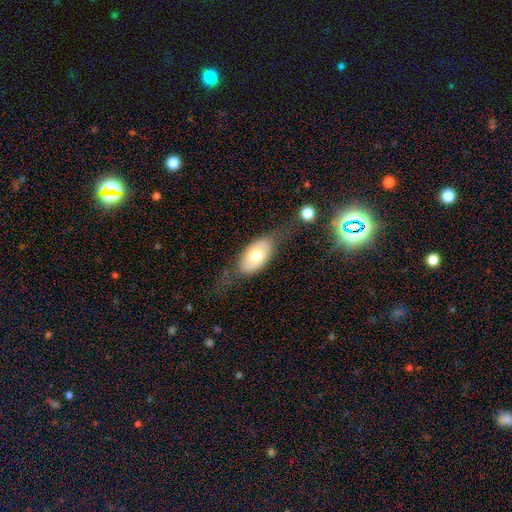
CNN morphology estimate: The model was most divided on "smooth or featured": smooth: 65%, featured or disk: 30%, star or artifact: 6%. More confident: how rounded — in between (91%); merging — none (61%).